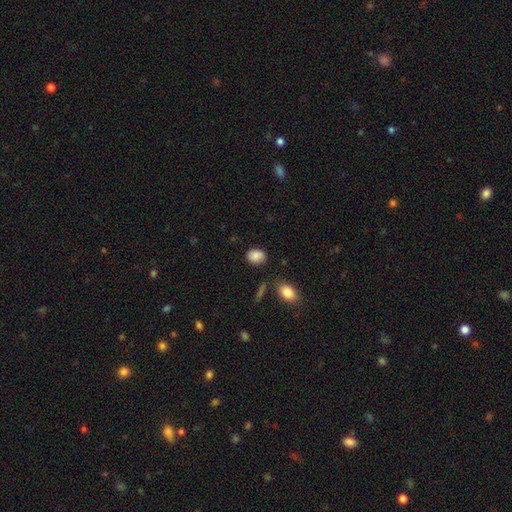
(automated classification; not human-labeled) smooth_or_featured: smooth (p=0.85) [alt: star or artifact p=0.08]
how_rounded: in between (p=0.62) [alt: round p=0.36]
merging: none (p=0.76) [alt: minor disturbance p=0.17]